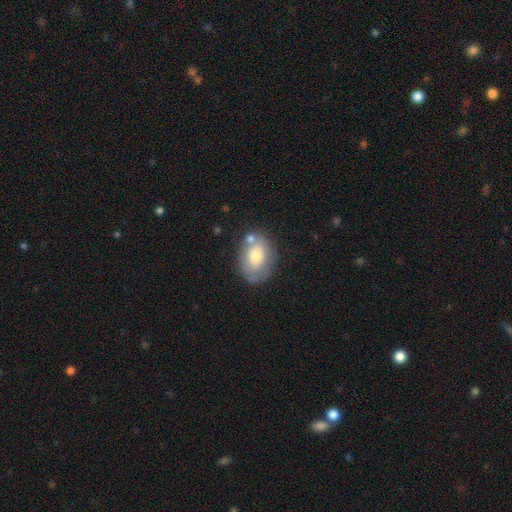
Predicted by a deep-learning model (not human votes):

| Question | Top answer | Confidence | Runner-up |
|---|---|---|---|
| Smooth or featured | smooth | 72% | featured or disk (21%) |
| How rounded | in between | 77% | round (22%) |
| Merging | none | 62% | minor disturbance (20%) |